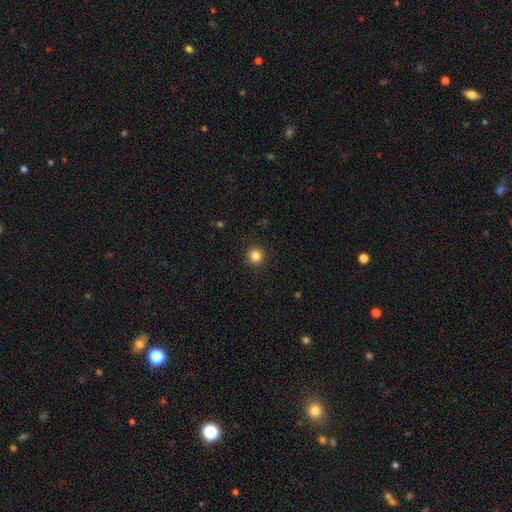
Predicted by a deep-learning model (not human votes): smooth_or_featured: smooth (p=0.83) [alt: star or artifact p=0.12]
how_rounded: round (p=0.95) [alt: in between p=0.04]
merging: none (p=0.93) [alt: minor disturbance p=0.05]